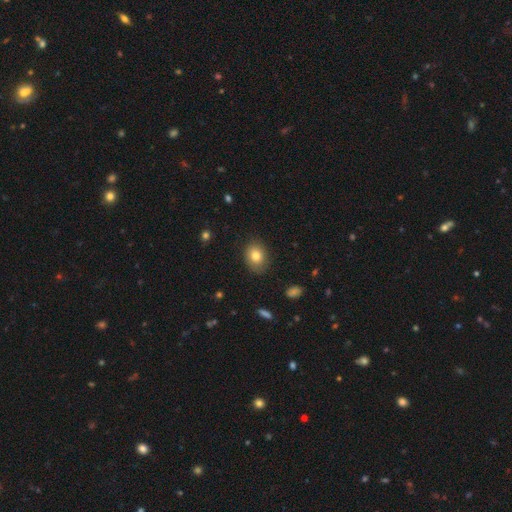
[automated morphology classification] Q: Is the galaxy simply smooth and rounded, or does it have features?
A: smooth — 80%.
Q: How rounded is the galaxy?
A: in between — 55%.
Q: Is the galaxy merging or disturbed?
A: none — 84%.